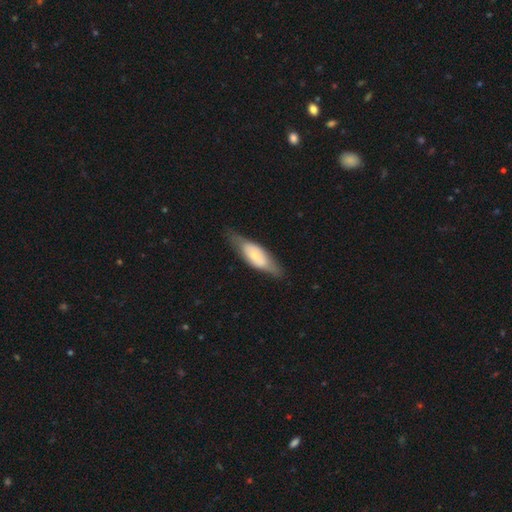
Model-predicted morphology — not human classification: Smooth or featured?
  - smooth: 49% *
  - featured or disk: 45%
  - star or artifact: 6%
Merging?
  - none: 66% *
  - minor disturbance: 23%
  - major disturbance: 9%
  - merger: 2%